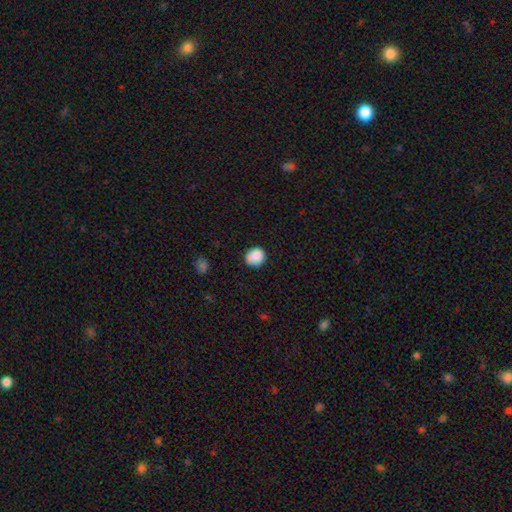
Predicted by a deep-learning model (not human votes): A smooth galaxy with no disk features (85%) that is round (80%). Merging: none (71%).